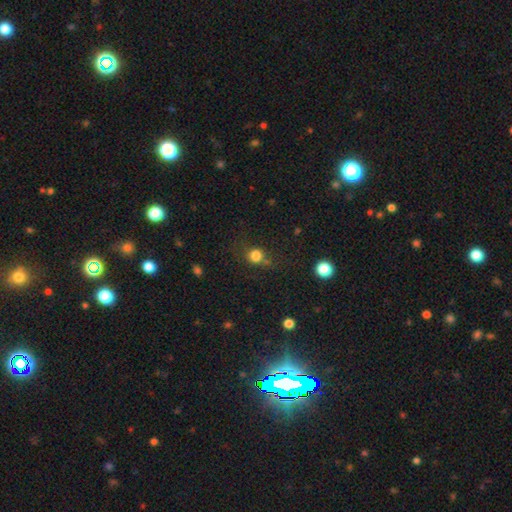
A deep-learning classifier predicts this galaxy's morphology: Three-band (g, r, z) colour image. It shows a smooth galaxy with no disk features (79%) that is round (81%). Merging: none (64%).